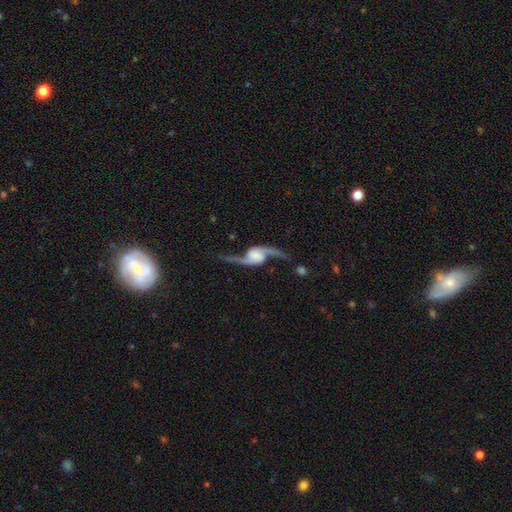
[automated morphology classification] A featured or disk galaxy (91%) with no bar (46%), 2 (95%) loose (87%) spiral arms (98%) and no central bulge (33%). Merging: none (74%).